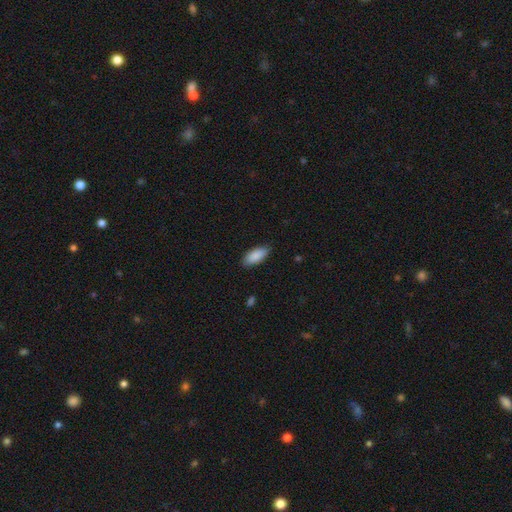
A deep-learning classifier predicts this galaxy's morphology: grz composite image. It shows a smooth galaxy with no disk features (89%) that is in between round and cigar-shaped (86%). Merging: none (84%).